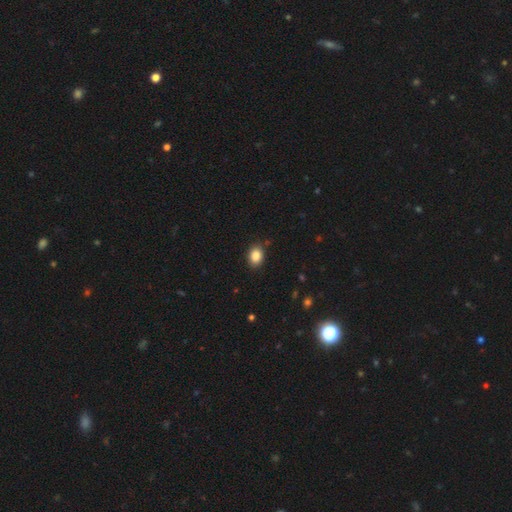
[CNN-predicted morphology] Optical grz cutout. It shows a smooth galaxy with no disk features (88%) that is in between round and cigar-shaped (70%). Merging: none (86%).